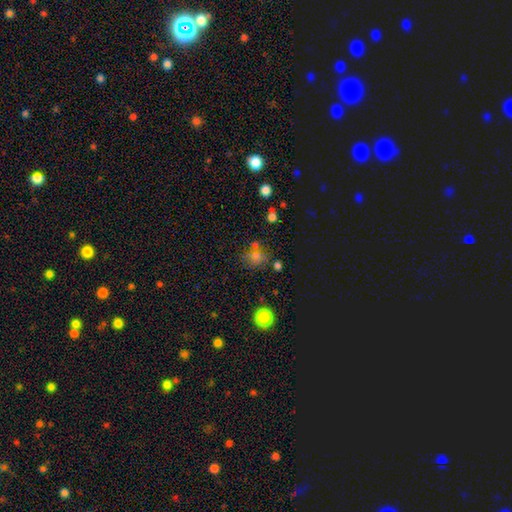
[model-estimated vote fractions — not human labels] Smooth or featured? Predicted: smooth (p=0.62). How rounded? Predicted: round (p=0.73). Merging? Predicted: none (p=0.69).